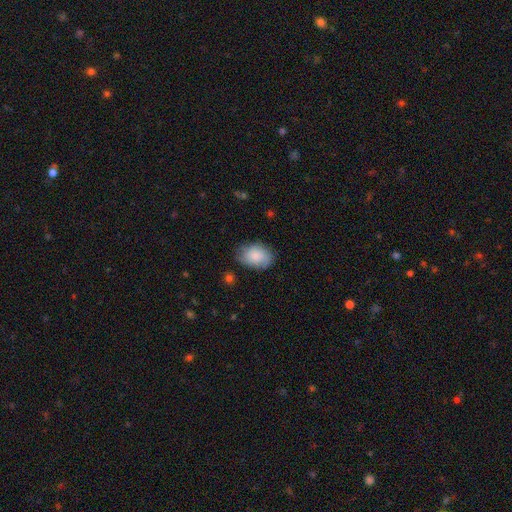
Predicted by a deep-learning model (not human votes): Smooth or featured?
  - smooth: 84% *
  - featured or disk: 10%
  - star or artifact: 6%
How rounded?
  - in between: 80% *
  - round: 19%
  - cigar-shaped: 1%
Merging?
  - none: 72% *
  - minor disturbance: 22%
  - major disturbance: 5%
  - merger: 1%